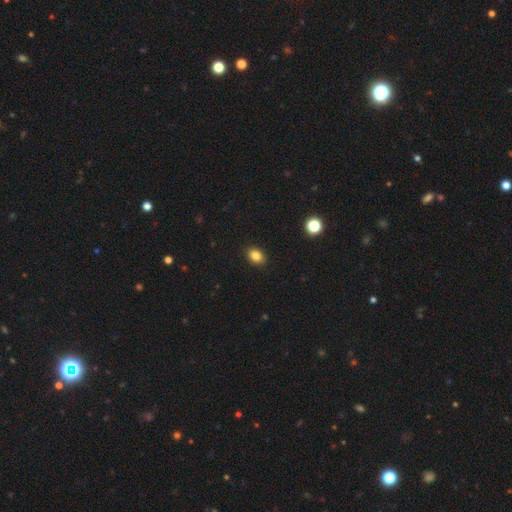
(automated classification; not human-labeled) Smooth or featured?
  - smooth: 84% *
  - star or artifact: 11%
  - featured or disk: 6%
How rounded?
  - in between: 69% *
  - round: 30%
  - cigar-shaped: 1%
Merging?
  - none: 90% *
  - minor disturbance: 7%
  - major disturbance: 2%
  - merger: 1%